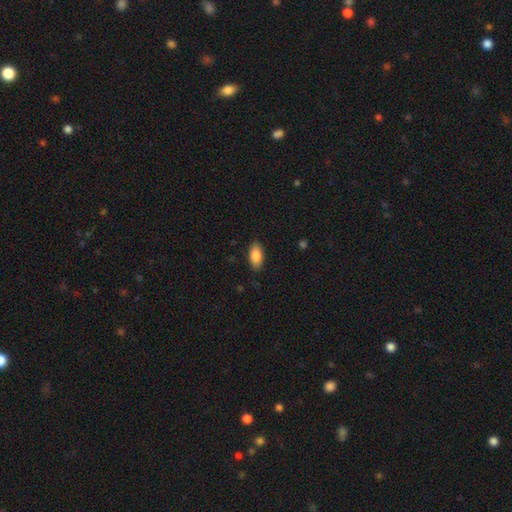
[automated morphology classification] smooth_or_featured: smooth (p=0.88) [alt: star or artifact p=0.06]
how_rounded: in between (p=0.92) [alt: cigar-shaped p=0.06]
merging: none (p=0.86) [alt: minor disturbance p=0.10]